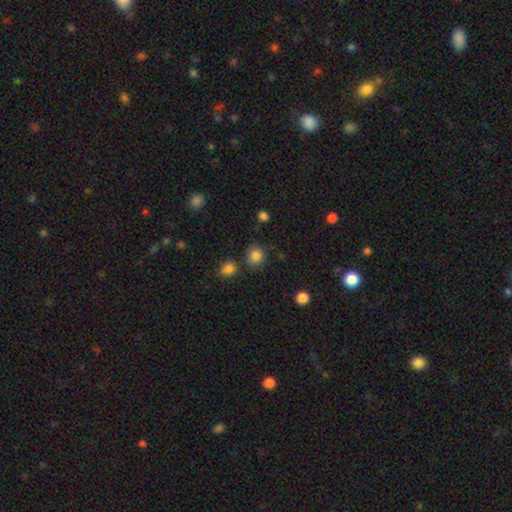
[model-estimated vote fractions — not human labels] A smooth galaxy with no disk features (84%) that is round (83%).

Vote fractions:
- Smooth or featured? smooth: 84% / star or artifact: 11% / featured or disk: 4%
- How rounded? round: 83% / in between: 17% / cigar-shaped: 1%
- Merging? none: 79% / minor disturbance: 11% / merger: 6% / major disturbance: 4%